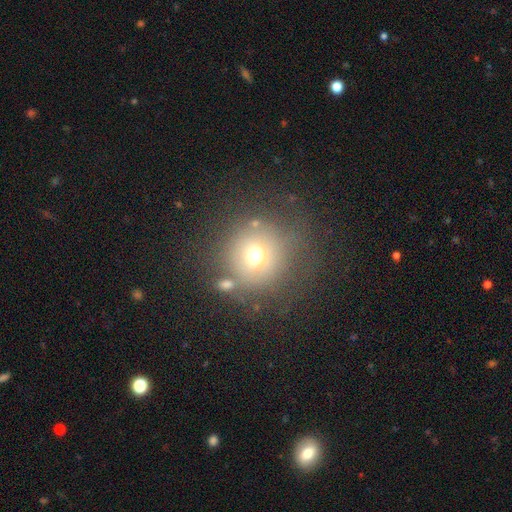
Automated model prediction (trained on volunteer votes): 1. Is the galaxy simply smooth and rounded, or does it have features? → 67% smooth, 17% star or artifact, 16% featured or disk.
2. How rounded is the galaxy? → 92% round, 7% in between, 1% cigar-shaped.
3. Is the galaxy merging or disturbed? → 69% none, 13% minor disturbance, 9% major disturbance, 9% merger.